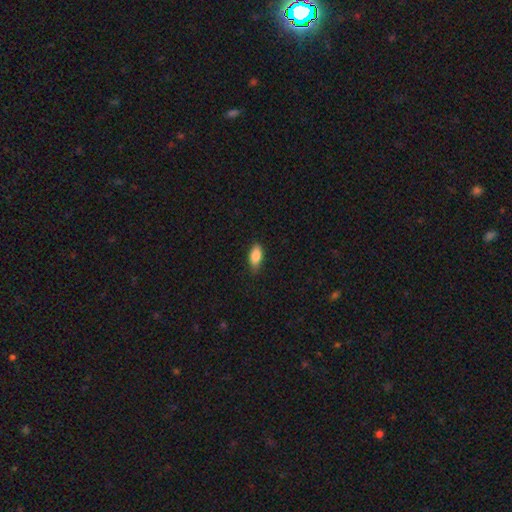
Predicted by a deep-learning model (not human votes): Smooth or featured? Predicted: smooth (p=0.84). How rounded? Predicted: in between (p=0.84). Merging? Predicted: none (p=0.79).